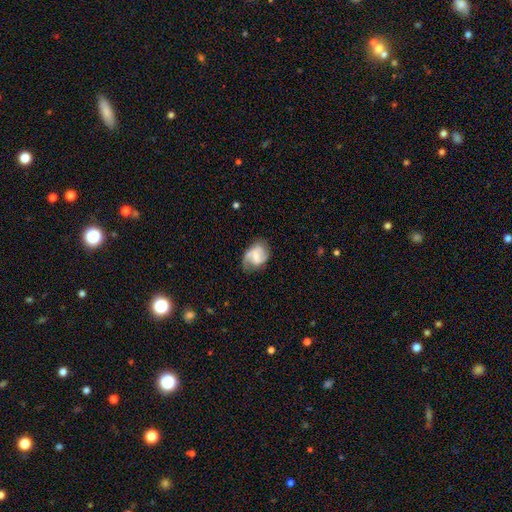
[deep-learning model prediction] Q: Smooth or featured?
A: featured or disk (63%); runner-up: smooth (29%)
Q: Edge-on disk?
A: no (97%); runner-up: yes (3%)
Q: Bar?
A: weak (48%); runner-up: no (35%)
Q: Spiral arms?
A: yes (87%); runner-up: no (13%)
Q: Spiral winding?
A: medium (46%); runner-up: loose (30%)
Q: Spiral arm count?
A: 2 (74%); runner-up: can't tell (11%)
Q: Bulge size?
A: small (44%); runner-up: moderate (36%)
Q: Merging?
A: none (58%); runner-up: minor disturbance (27%)